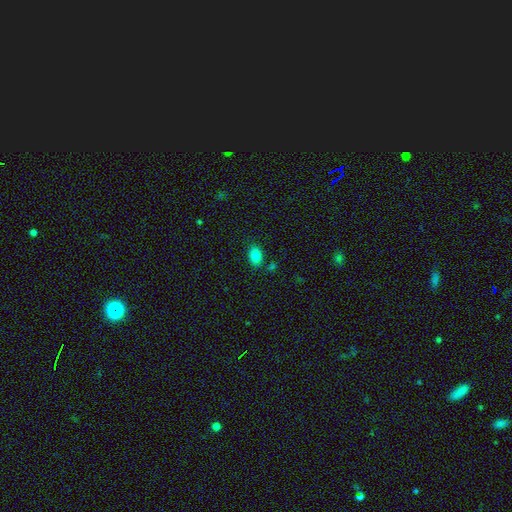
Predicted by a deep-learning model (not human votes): smooth-or-featured: smooth: 85% | star or artifact: 9% | featured or disk: 6%
  how-rounded: in between: 85% | round: 13% | cigar-shaped: 1%
  merging: none: 83% | minor disturbance: 11% | merger: 4% | major disturbance: 3%